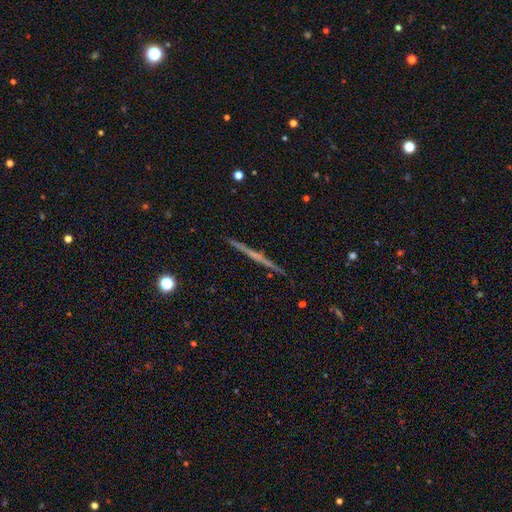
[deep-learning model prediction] This appears to be a featured or disk galaxy (69%) viewed edge-on (98%) with no central bulge (68%). Merging: none (92%).